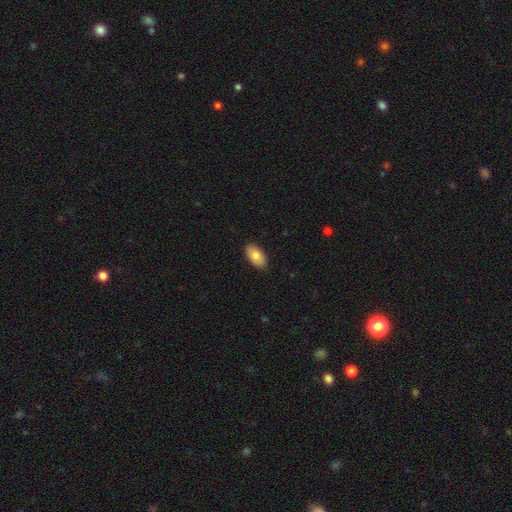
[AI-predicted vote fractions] The model was most divided on "smooth or featured": smooth: 81%, featured or disk: 13%, star or artifact: 6%. More confident: how rounded — in between (95%); merging — none (89%).